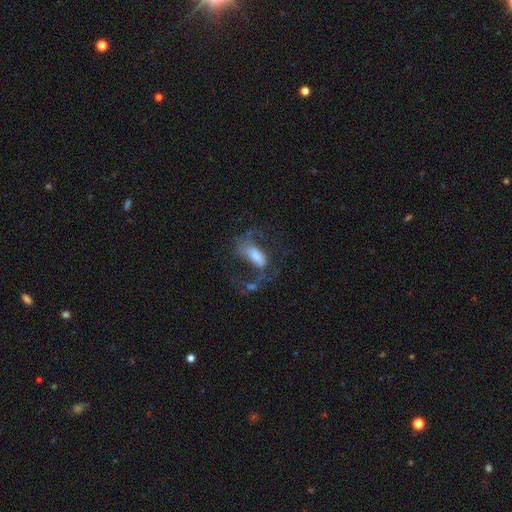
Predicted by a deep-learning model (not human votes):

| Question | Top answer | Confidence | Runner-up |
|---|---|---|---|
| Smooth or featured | featured or disk | 57% | smooth (33%) |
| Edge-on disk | no | 90% | yes (10%) |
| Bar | weak | 38% | no (34%) |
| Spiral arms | yes | 68% | no (32%) |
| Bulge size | moderate | 39% | large (25%) |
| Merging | major disturbance | 39% | none (37%) |